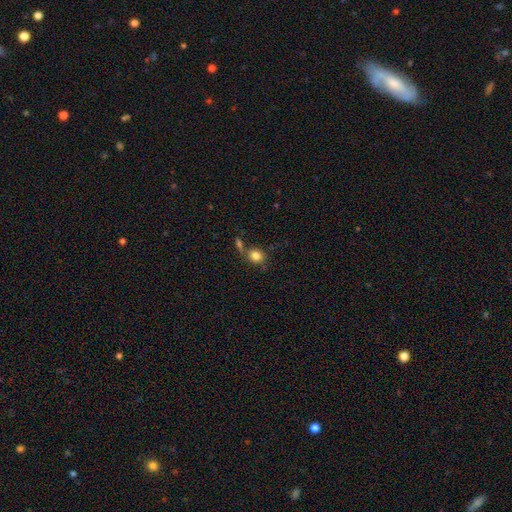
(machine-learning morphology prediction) A smooth galaxy with no disk features (83%) that is round (70%).

Vote fractions:
- Smooth or featured? smooth: 83% / star or artifact: 10% / featured or disk: 7%
- How rounded? round: 70% / in between: 29% / cigar-shaped: 1%
- Merging? none: 61% / merger: 21% / minor disturbance: 13% / major disturbance: 5%